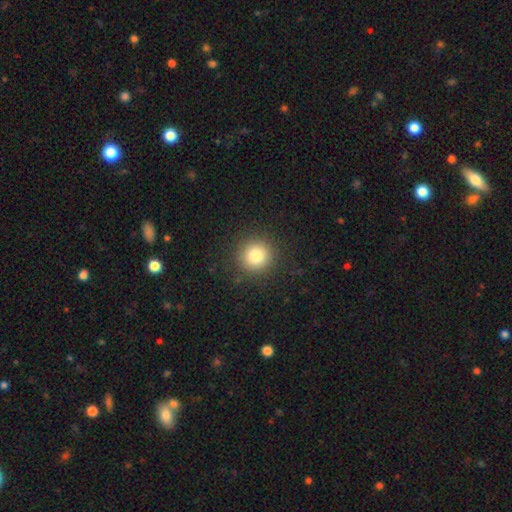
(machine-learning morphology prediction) Smooth or featured? Predicted: smooth (p=0.81). How rounded? Predicted: round (p=0.94). Merging? Predicted: none (p=0.90).